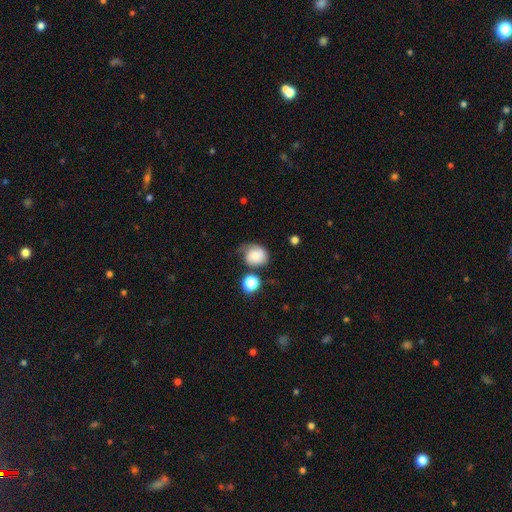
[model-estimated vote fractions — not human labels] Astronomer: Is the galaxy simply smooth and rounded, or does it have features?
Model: smooth — 68%.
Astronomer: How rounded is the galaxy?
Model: round — 63%.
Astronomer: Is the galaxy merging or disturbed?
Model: none — 39% (runner-up: minor disturbance, 34%).